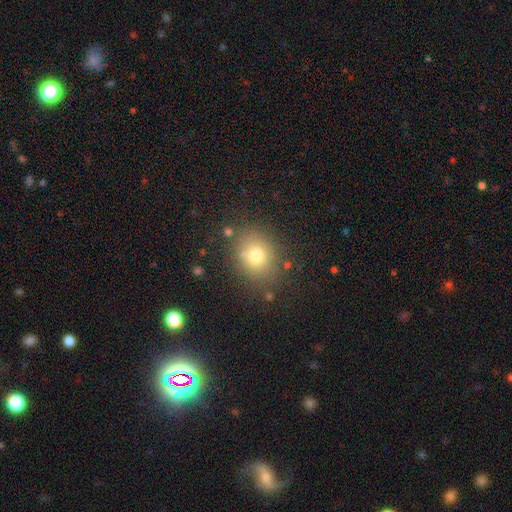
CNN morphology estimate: Overall: smooth (73%). How rounded: round (57%; in between 42%). Merging: none (80%).